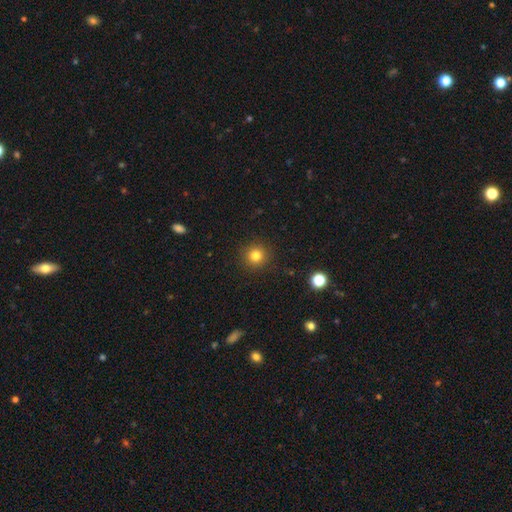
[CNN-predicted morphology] Smooth or featured? smooth (81%)
How rounded? round (94%)
Merging? none (91%)